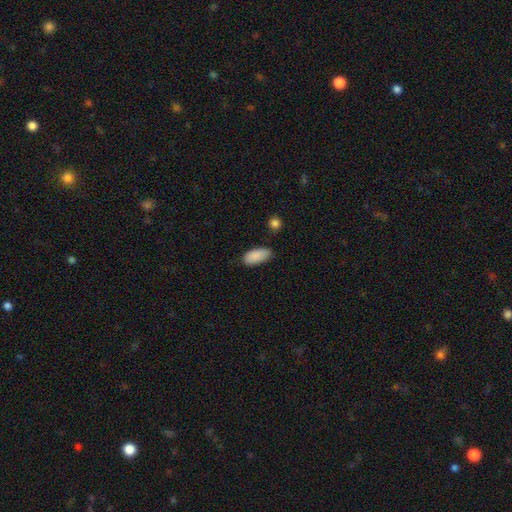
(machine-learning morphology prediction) This is clearly a smooth galaxy (89%). How rounded: clearly in between (91%). Merging: likely none (73%).